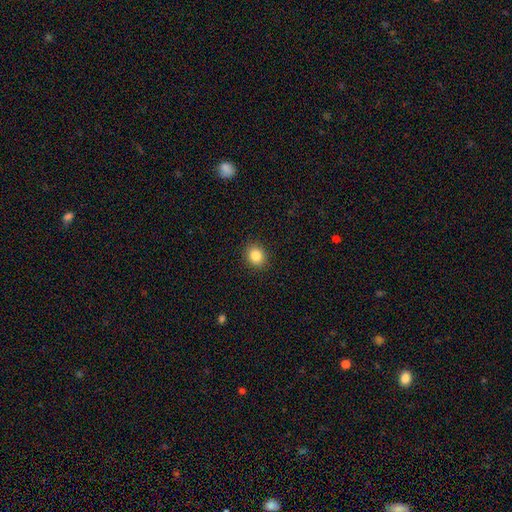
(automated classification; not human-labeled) A smooth galaxy with no disk features (85%) that is round (72%).

Vote fractions:
- Smooth or featured? smooth: 85% / star or artifact: 10% / featured or disk: 5%
- How rounded? round: 72% / in between: 27% / cigar-shaped: 1%
- Merging? none: 91% / minor disturbance: 6% / major disturbance: 2% / merger: 1%